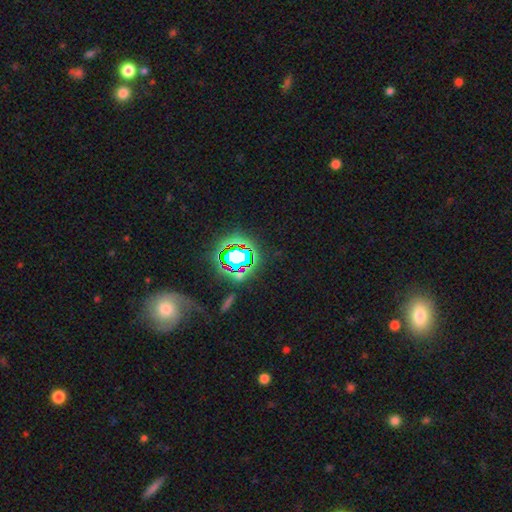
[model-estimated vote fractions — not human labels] Smooth or featured? Predicted: star or artifact (p=0.70).